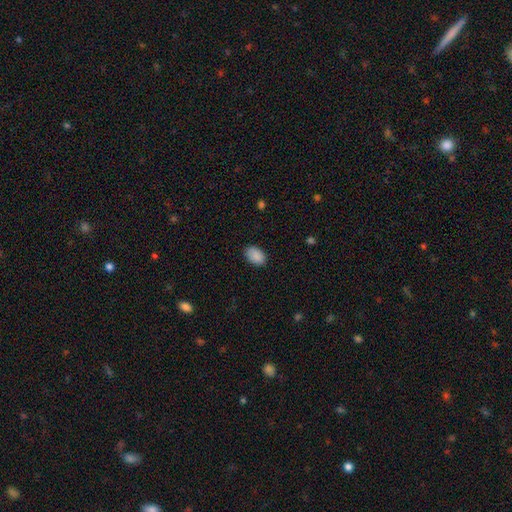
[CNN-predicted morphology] Overall: smooth (90%). How rounded: in between (87%). Merging: none (86%).